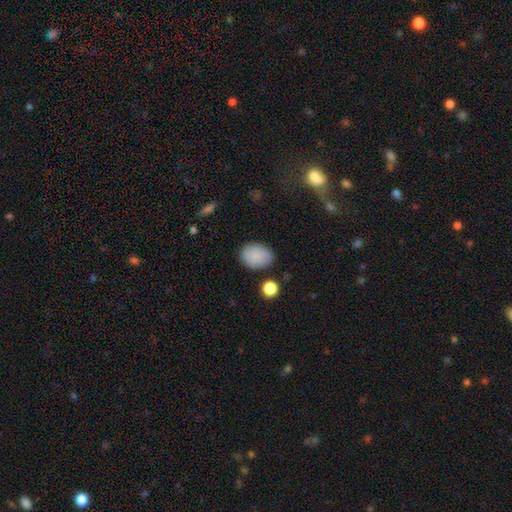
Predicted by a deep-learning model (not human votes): Smooth or featured? Predicted: smooth (p=0.87). How rounded? Predicted: in between (p=0.74). Merging? Predicted: none (p=0.77).